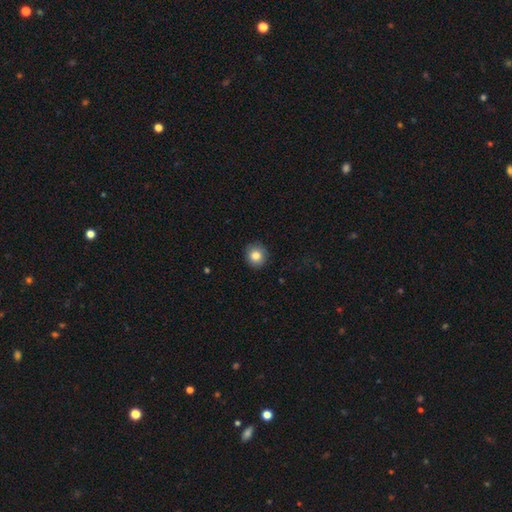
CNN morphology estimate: type=smooth (84%); roundness=round (90%); merging=none (90%).